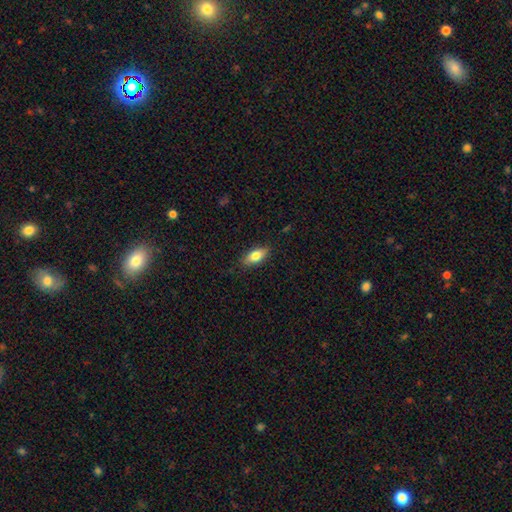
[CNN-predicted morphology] smooth_or_featured: smooth (p=0.74) [alt: featured or disk p=0.19]
how_rounded: in between (p=0.81) [alt: cigar-shaped p=0.16]
merging: none (p=0.86) [alt: minor disturbance p=0.10]